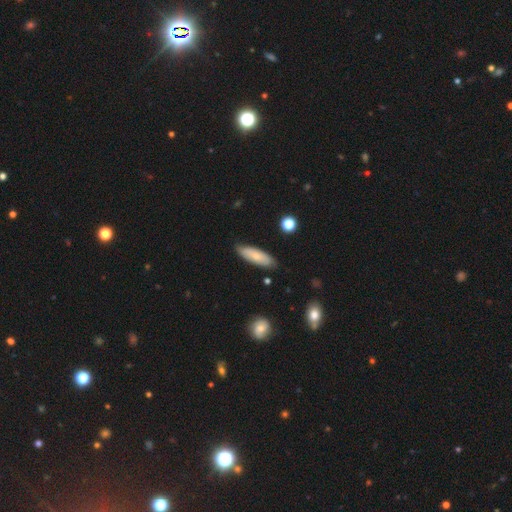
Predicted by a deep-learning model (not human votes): smooth 70%, featured or disk 24%, star or artifact 6%. Down the decision tree: how rounded — in between (54%); merging — none (81%).